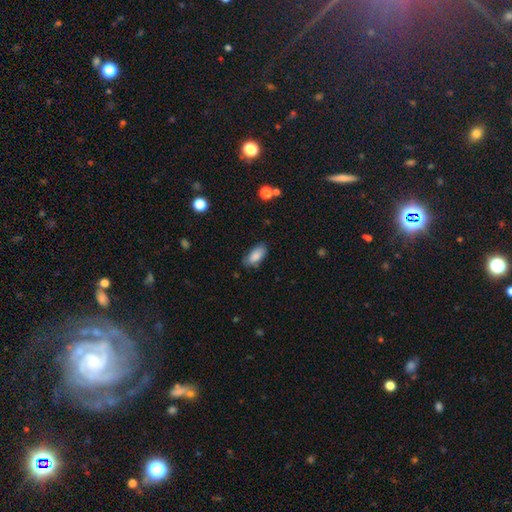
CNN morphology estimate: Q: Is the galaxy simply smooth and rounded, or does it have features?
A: smooth — 86%.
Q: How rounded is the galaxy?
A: in between — 90%.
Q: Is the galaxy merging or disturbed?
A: none — 76%.